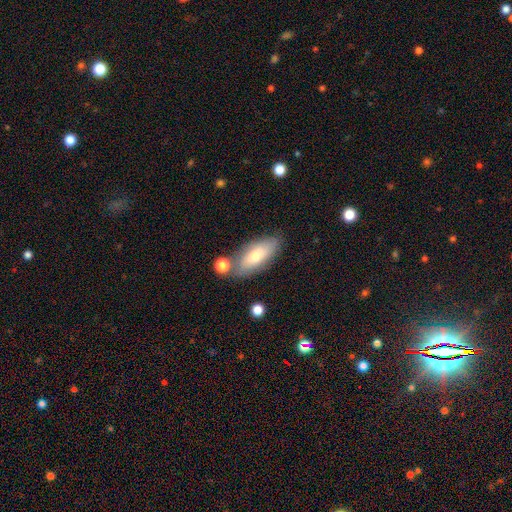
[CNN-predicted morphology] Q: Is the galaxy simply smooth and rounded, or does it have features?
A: smooth — 72%.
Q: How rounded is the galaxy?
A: in between — 80%.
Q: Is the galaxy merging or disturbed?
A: none — 68%.